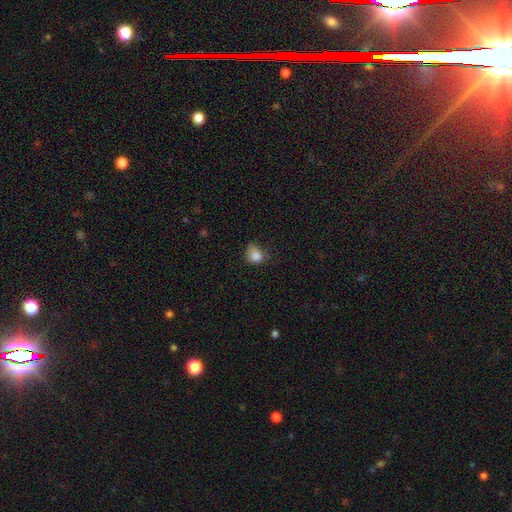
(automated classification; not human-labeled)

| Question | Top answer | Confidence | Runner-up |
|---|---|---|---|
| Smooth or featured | smooth | 82% | star or artifact (11%) |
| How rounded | round | 60% | in between (39%) |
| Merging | none | 45% | minor disturbance (38%) |